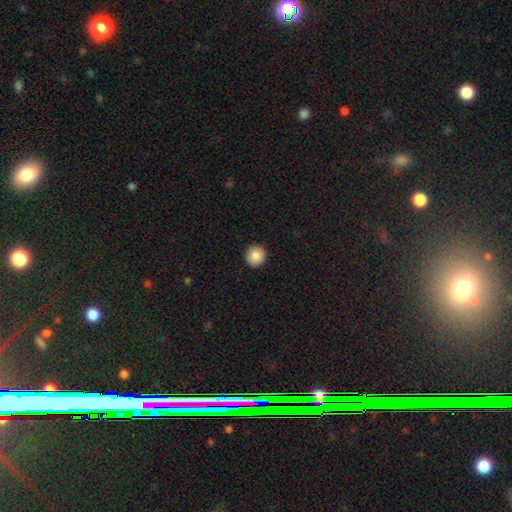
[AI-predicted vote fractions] Smooth or featured? Predicted: smooth (p=0.86). How rounded? Predicted: round (p=0.92). Merging? Predicted: none (p=0.92).